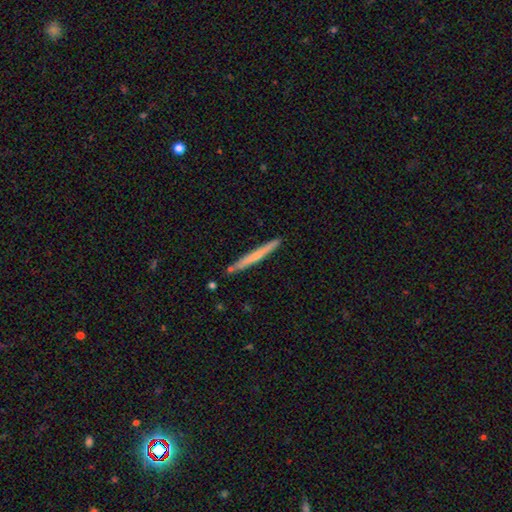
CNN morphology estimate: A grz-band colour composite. It shows a smooth galaxy with no disk features (51%) that is cigar-shaped (97%). Merging: none (87%).